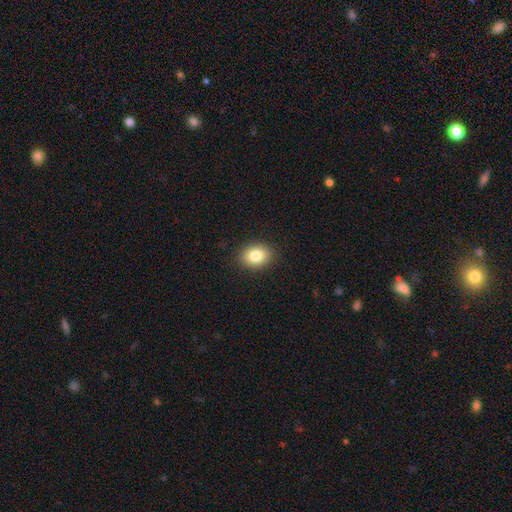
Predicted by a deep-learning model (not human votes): A smooth galaxy with no disk features (83%) that is in between round and cigar-shaped (63%).

Vote fractions:
- Smooth or featured? smooth: 83% / star or artifact: 9% / featured or disk: 8%
- How rounded? in between: 63% / round: 36% / cigar-shaped: 1%
- Merging? none: 89% / minor disturbance: 8% / major disturbance: 2% / merger: 1%